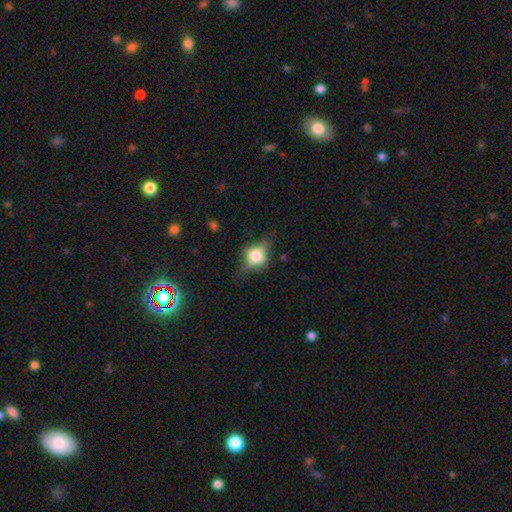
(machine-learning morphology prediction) Q: Smooth or featured?
A: smooth (48%); runner-up: featured or disk (41%)
Q: Merging?
A: none (65%); runner-up: minor disturbance (23%)